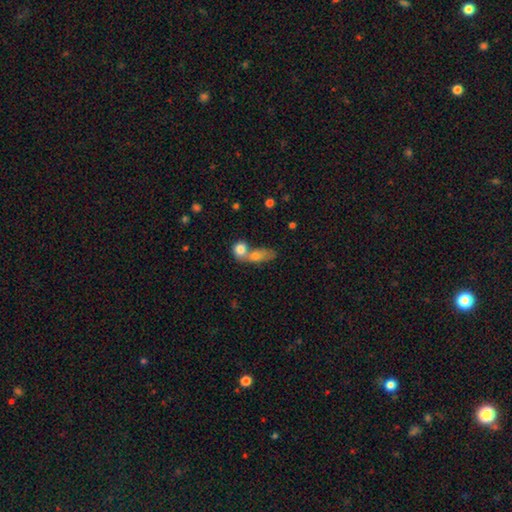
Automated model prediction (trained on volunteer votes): Overall: smooth (75%). How rounded: in between (63%; round 25%). Merging: merger (60%; none 24%).